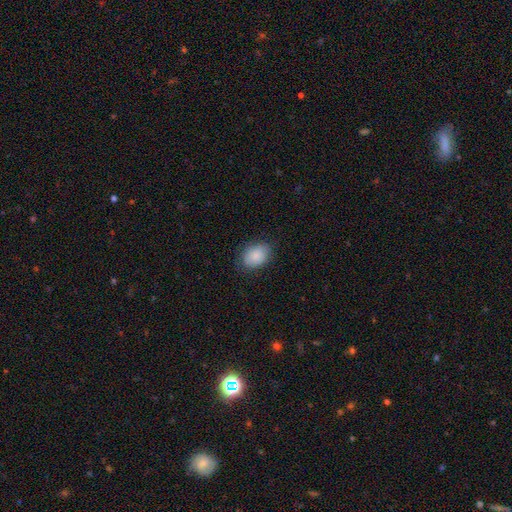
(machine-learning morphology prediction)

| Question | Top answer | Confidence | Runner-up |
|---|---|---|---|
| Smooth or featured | smooth | 87% | star or artifact (7%) |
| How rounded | in between | 76% | round (23%) |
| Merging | none | 79% | minor disturbance (16%) |